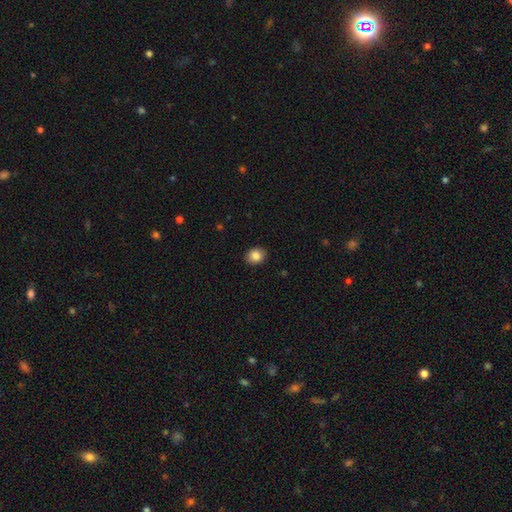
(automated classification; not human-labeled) Smooth or featured: smooth — 85% (star or artifact — 9%)
How rounded: round — 54% (in between — 45%)
Merging: none — 90% (minor disturbance — 7%)